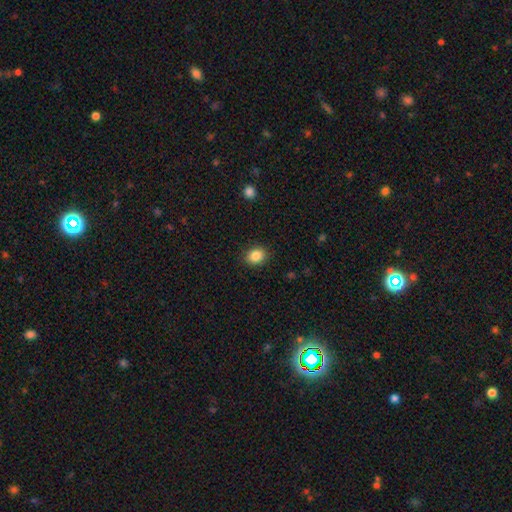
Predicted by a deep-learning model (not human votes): Morphology: type=smooth (87%); roundness=round (50%); merging=none (88%).